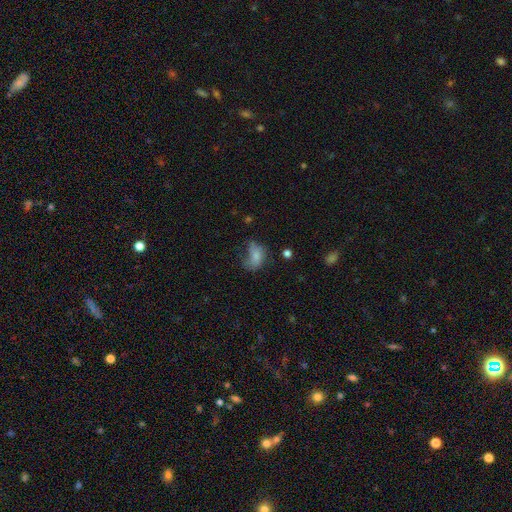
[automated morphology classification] smooth-or-featured: smooth: 64% | featured or disk: 24% | star or artifact: 11%
  how-rounded: in between: 79% | round: 19% | cigar-shaped: 2%
  merging: major disturbance: 37% | none: 30% | minor disturbance: 29% | merger: 4%